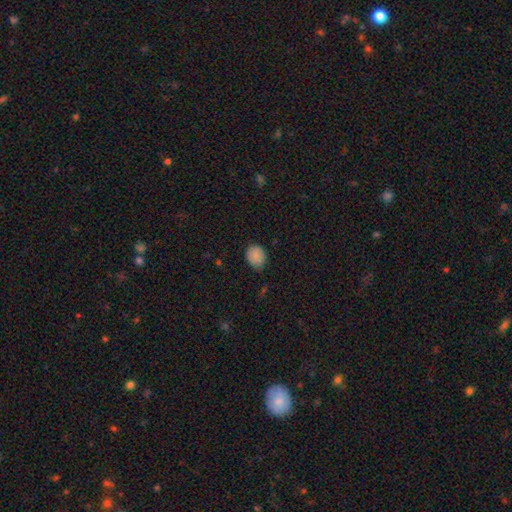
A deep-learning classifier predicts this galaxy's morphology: Smooth or featured: smooth — 85% (star or artifact — 9%)
How rounded: in between — 51% (round — 48%)
Merging: none — 74% (minor disturbance — 21%)